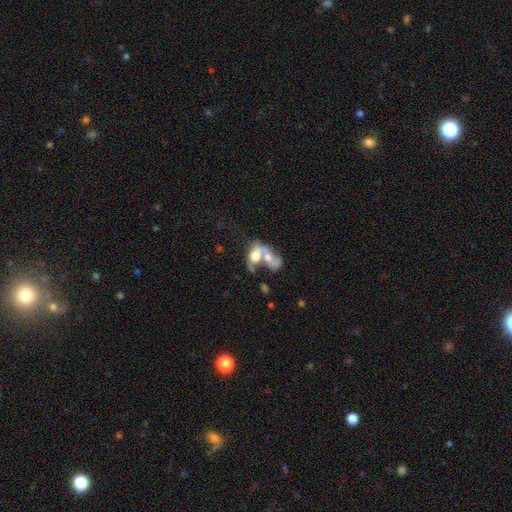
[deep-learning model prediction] This appears to be a smooth galaxy with no disk features (49%). Merging: merger (75%).